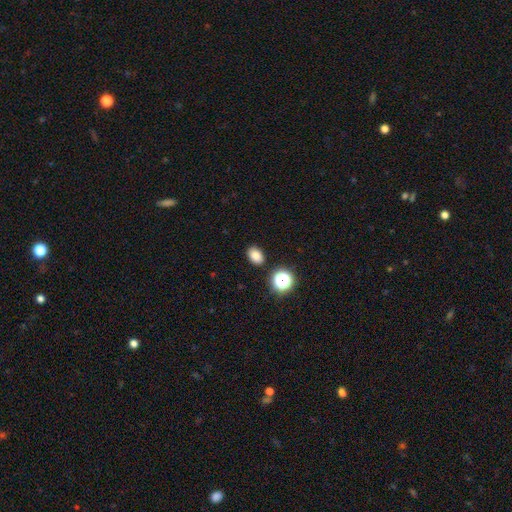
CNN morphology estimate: A smooth galaxy with no disk features (82%) that is in between round and cigar-shaped (75%). Merging: none (86%).